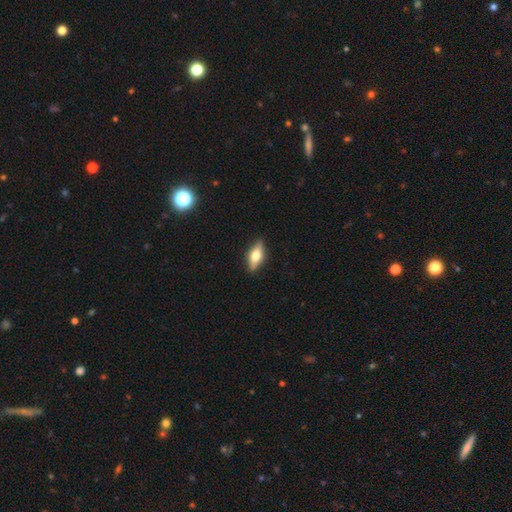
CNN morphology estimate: smooth_or_featured: smooth (p=0.51) [alt: featured or disk p=0.42]
how_rounded: in between (p=0.70) [alt: cigar-shaped p=0.27]
merging: none (p=0.87) [alt: minor disturbance p=0.10]